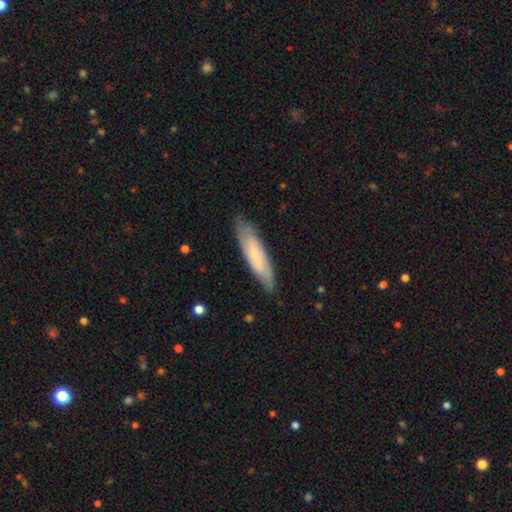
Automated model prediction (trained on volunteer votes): Smooth or featured: smooth — 55% (featured or disk — 39%)
How rounded: cigar-shaped — 72% (in between — 27%)
Merging: none — 83% (minor disturbance — 13%)